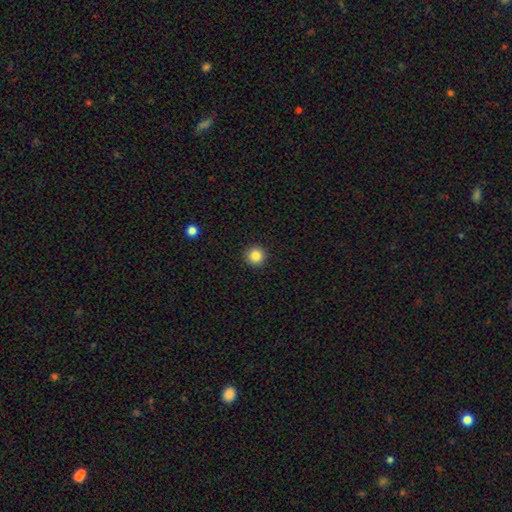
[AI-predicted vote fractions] Q: Smooth or featured?
A: smooth (85%); runner-up: star or artifact (11%)
Q: How rounded?
A: round (96%); runner-up: in between (3%)
Q: Merging?
A: none (93%); runner-up: minor disturbance (4%)